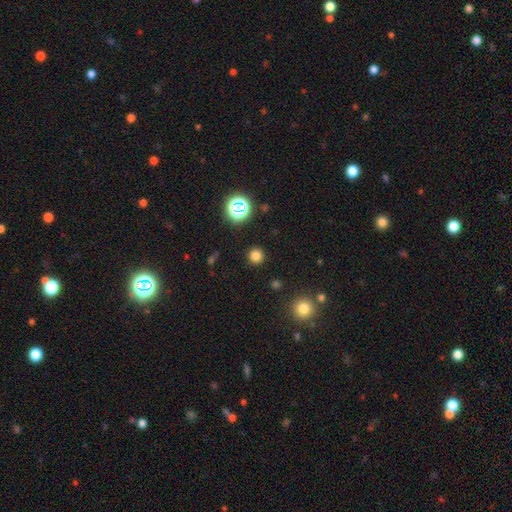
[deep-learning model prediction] Morphology: type=smooth (77%); roundness=round (95%); merging=none (91%).